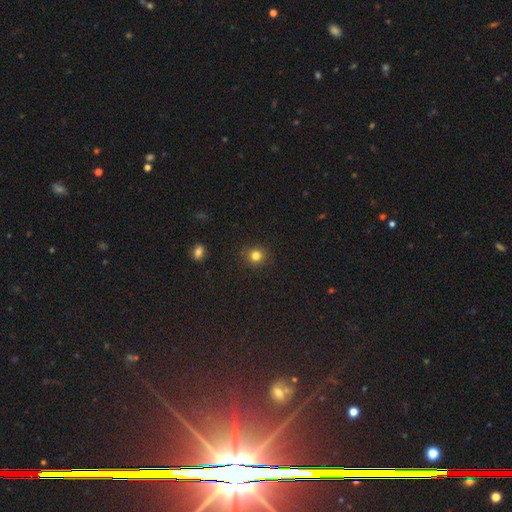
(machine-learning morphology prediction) A smooth galaxy with no disk features (81%) that is round (91%).

Vote fractions:
- Smooth or featured? smooth: 81% / star or artifact: 14% / featured or disk: 5%
- How rounded? round: 91% / in between: 8% / cigar-shaped: 1%
- Merging? none: 90% / minor disturbance: 7% / major disturbance: 2% / merger: 1%